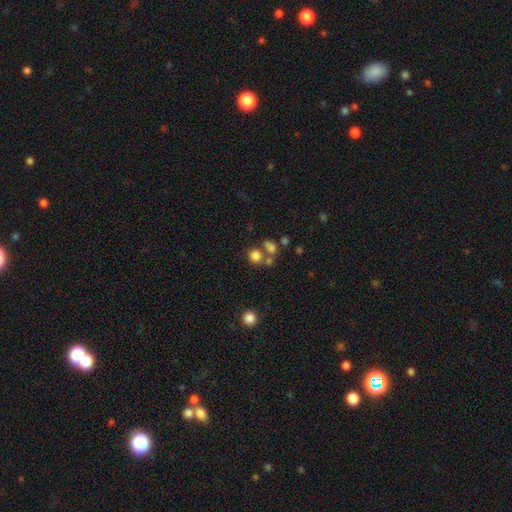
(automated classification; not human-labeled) Smooth or featured? Predicted: smooth (p=0.77). How rounded? Predicted: round (p=0.78). Merging? Predicted: none (p=0.53).